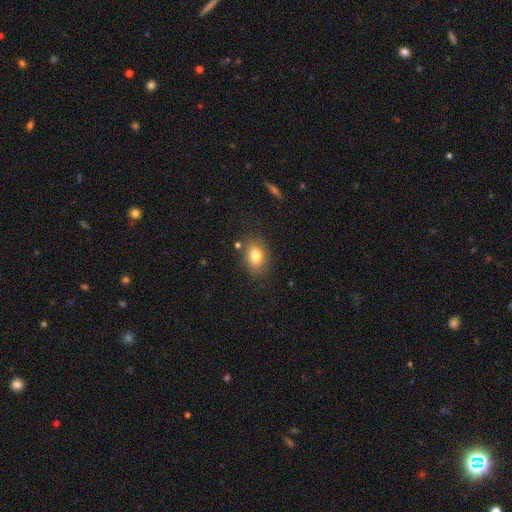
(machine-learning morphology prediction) Smooth or featured: smooth — 79% (featured or disk — 11%)
How rounded: in between — 69% (round — 29%)
Merging: none — 78% (minor disturbance — 14%)